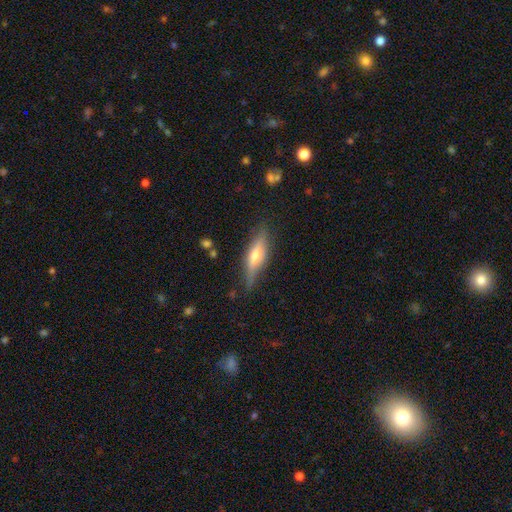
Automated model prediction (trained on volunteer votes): smooth_or_featured: featured or disk (p=0.56) [alt: smooth p=0.37]
disk_edge_on: yes (p=0.90) [alt: no p=0.10]
edge_on_bulge: rounded (p=0.86) [alt: boxy p=0.09]
merging: none (p=0.77) [alt: minor disturbance p=0.17]